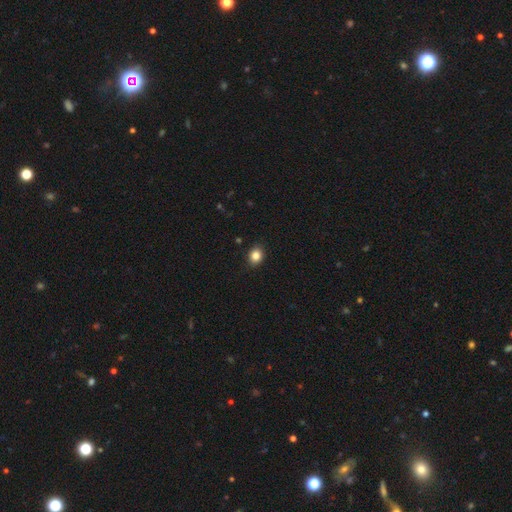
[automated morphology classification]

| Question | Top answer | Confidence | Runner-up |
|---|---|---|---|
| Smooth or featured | smooth | 85% | star or artifact (10%) |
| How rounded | round | 55% | in between (44%) |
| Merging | none | 89% | minor disturbance (9%) |